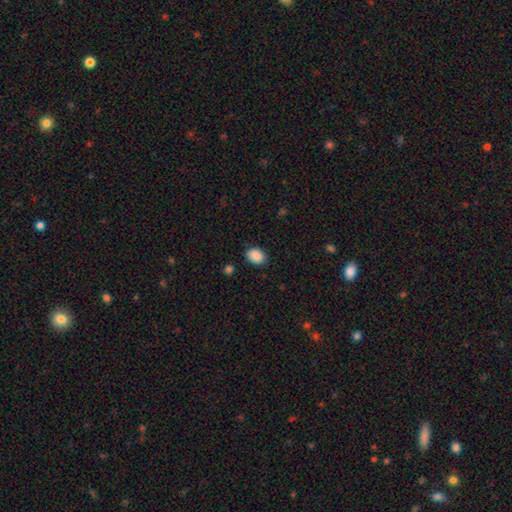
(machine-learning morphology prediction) This appears to be a smooth galaxy with no disk features (89%) that is in between round and cigar-shaped (74%). Merging: none (85%).